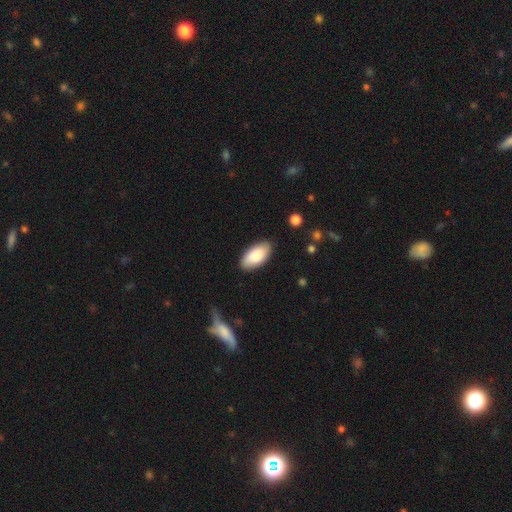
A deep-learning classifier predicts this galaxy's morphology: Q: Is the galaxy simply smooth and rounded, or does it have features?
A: smooth — 87%.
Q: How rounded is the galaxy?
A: in between — 95%.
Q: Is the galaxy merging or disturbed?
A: none — 86%.